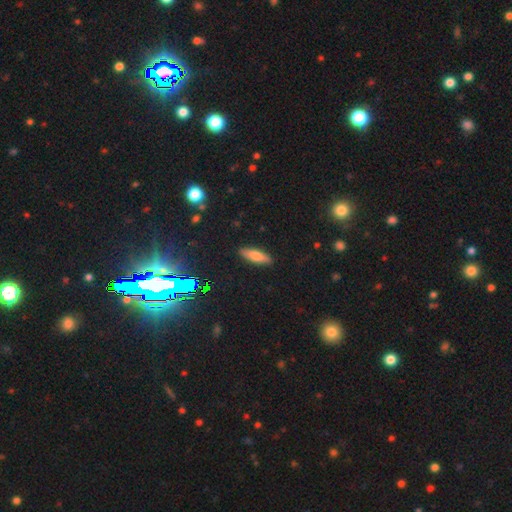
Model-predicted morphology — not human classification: Smooth or featured? Predicted: smooth (p=0.74). How rounded? Predicted: cigar-shaped (p=0.52). Merging? Predicted: none (p=0.89).